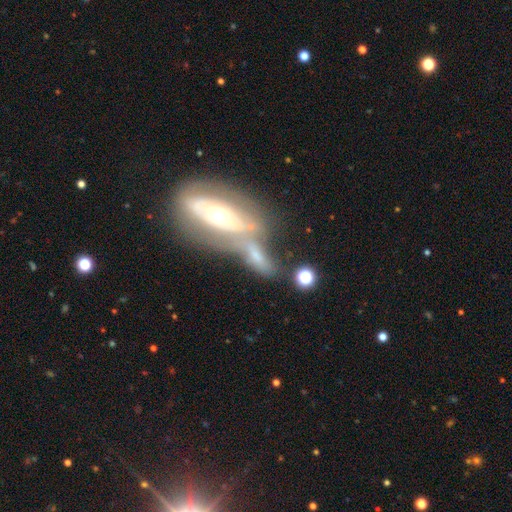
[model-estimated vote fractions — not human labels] The model was most divided on "smooth or featured": smooth: 45%, featured or disk: 43%, star or artifact: 12%. More confident: merging — merger (54%).